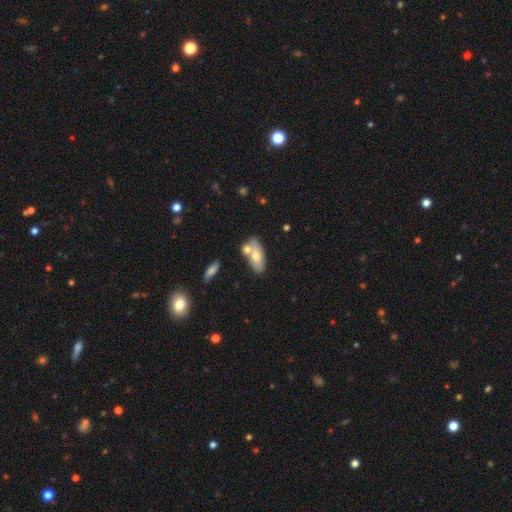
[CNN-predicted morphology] type=smooth (65%); roundness=in between (84%); merging=none (51%).